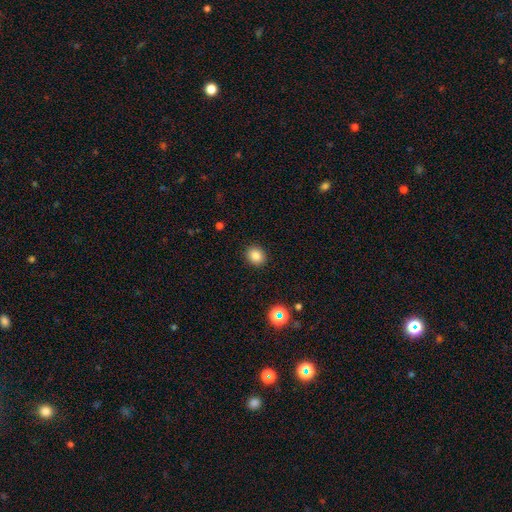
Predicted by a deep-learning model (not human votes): smooth_or_featured: smooth (p=0.82) [alt: star or artifact p=0.12]
how_rounded: round (p=0.72) [alt: in between p=0.27]
merging: none (p=0.91) [alt: minor disturbance p=0.06]